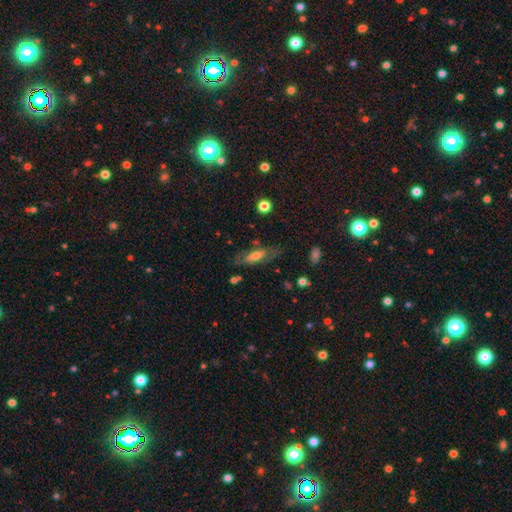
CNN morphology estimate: This is possibly a featured or disk galaxy (48%). Merging: likely none (69%).